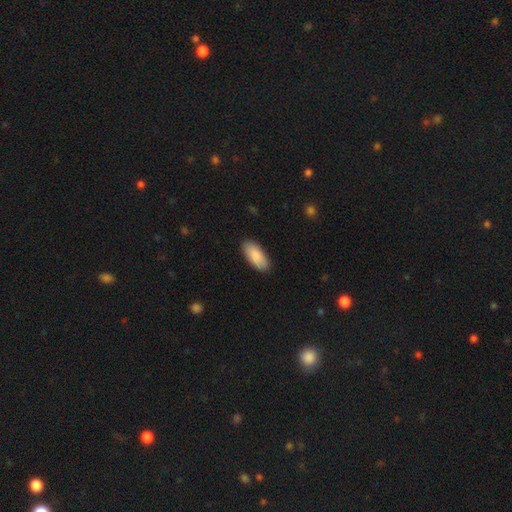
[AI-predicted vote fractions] Smooth or featured? smooth (88%)
How rounded? in between (90%)
Merging? none (88%)